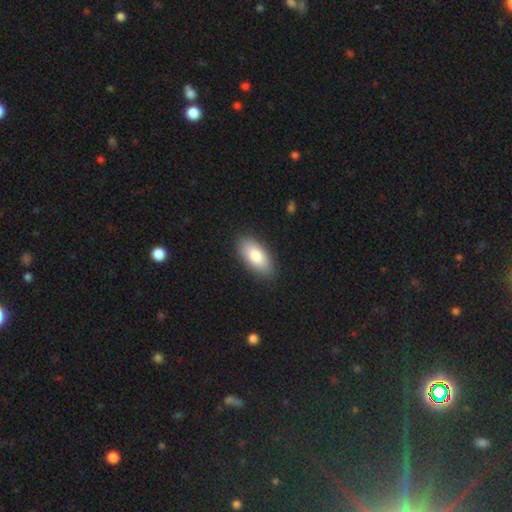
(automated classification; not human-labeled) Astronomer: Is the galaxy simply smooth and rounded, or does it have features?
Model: smooth — 82%.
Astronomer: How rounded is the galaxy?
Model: in between — 90%.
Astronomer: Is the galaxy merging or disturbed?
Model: none — 87%.